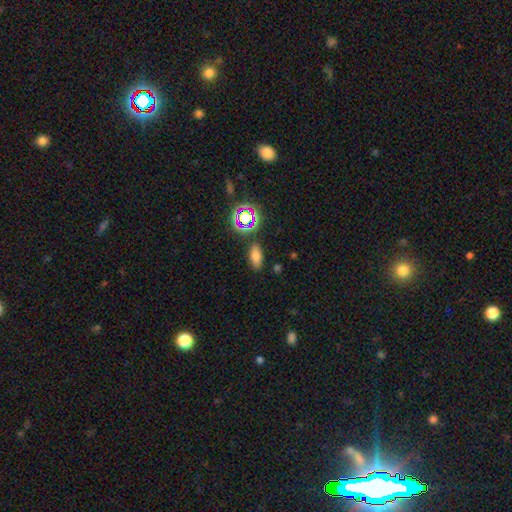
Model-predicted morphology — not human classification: The model was most divided on "smooth or featured": smooth: 70%, star or artifact: 19%, featured or disk: 10%. More confident: how rounded — in between (84%); merging — none (83%).